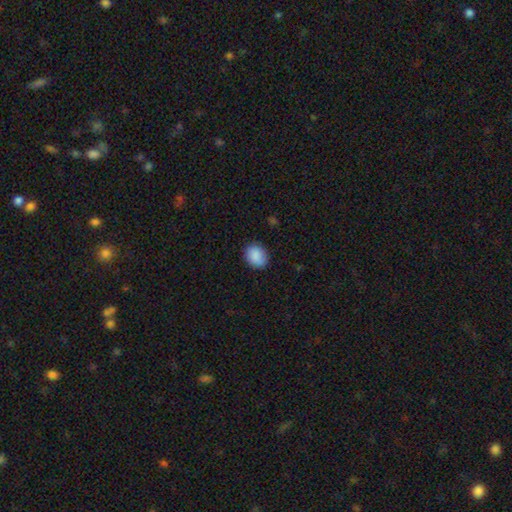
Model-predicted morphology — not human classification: The model was most divided on "how rounded": round: 54%, in between: 46%, cigar-shaped: 1%. More confident: smooth or featured — smooth (88%); merging — none (84%).